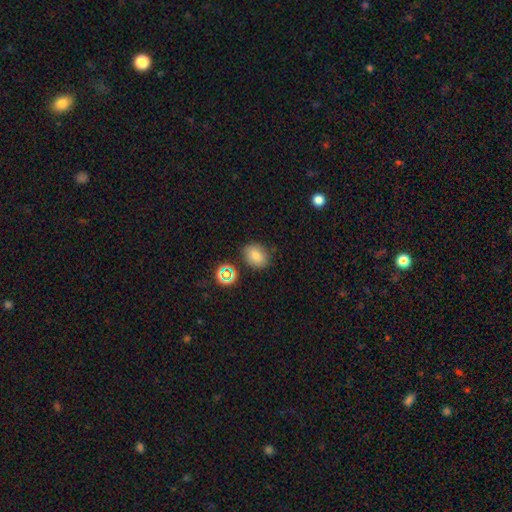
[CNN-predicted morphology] Overall: smooth (74%). How rounded: in between (54%; round 45%). Merging: none (79%).